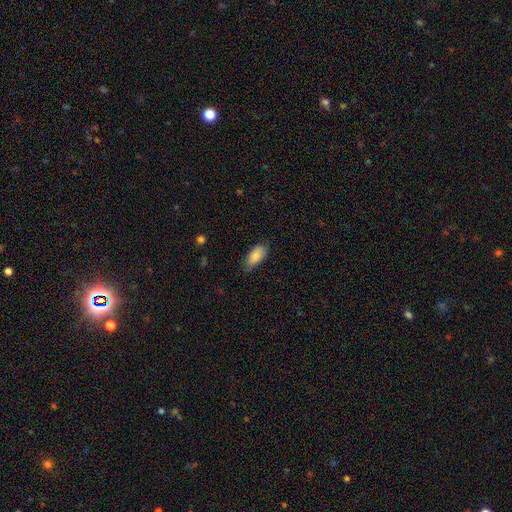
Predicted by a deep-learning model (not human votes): This appears to be a smooth galaxy with no disk features (87%) that is in between round and cigar-shaped (90%). Merging: none (73%).